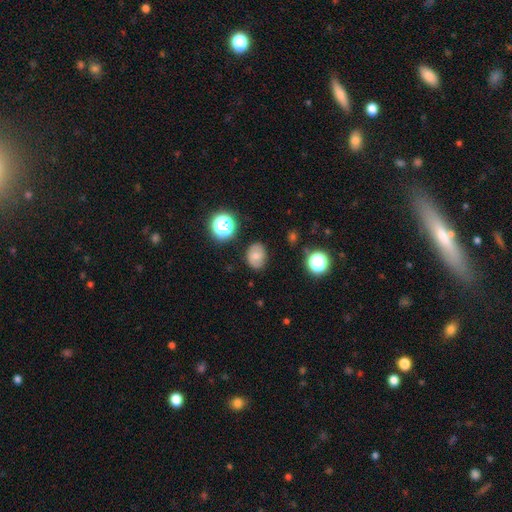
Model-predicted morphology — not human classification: Smooth or featured? smooth (69%)
How rounded? in between (57%)
Merging? none (81%)